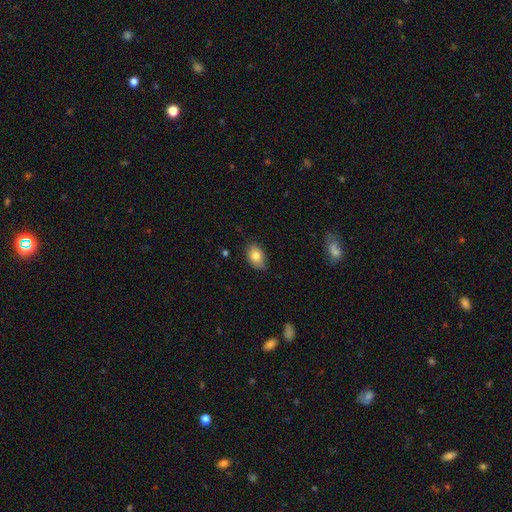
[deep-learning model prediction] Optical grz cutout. It shows a smooth galaxy with no disk features (80%) that is in between round and cigar-shaped (81%). Merging: none (77%).